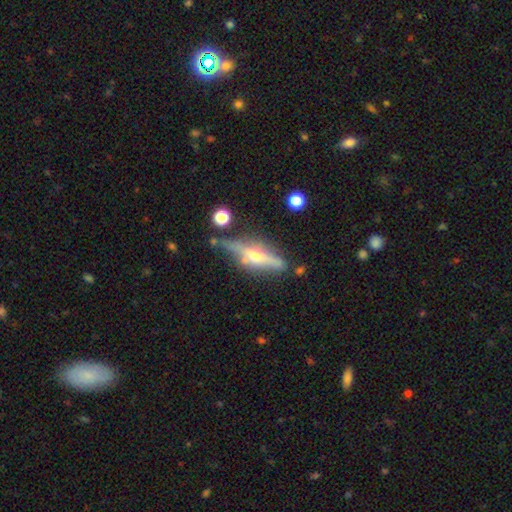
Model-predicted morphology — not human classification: smooth_or_featured: featured or disk (p=0.75) [alt: smooth p=0.18]
disk_edge_on: yes (p=0.94) [alt: no p=0.06]
edge_on_bulge: rounded (p=0.89) [alt: boxy p=0.06]
merging: none (p=0.70) [alt: minor disturbance p=0.18]